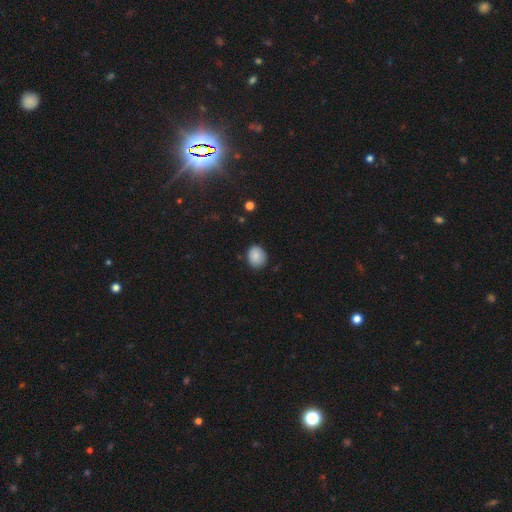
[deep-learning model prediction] smooth 86%, star or artifact 8%, featured or disk 6%. Down the decision tree: how rounded — round (62%); merging — none (81%).